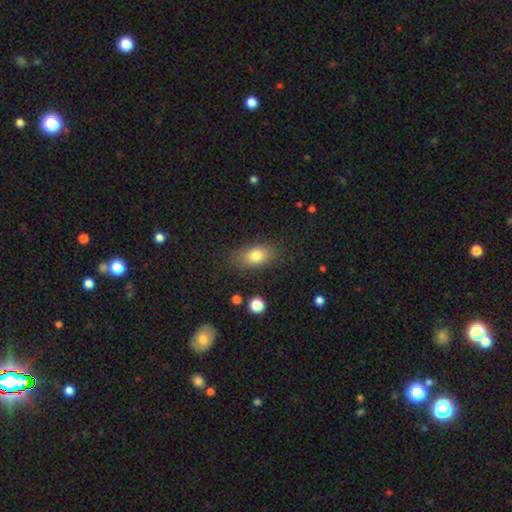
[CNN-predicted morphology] type=smooth (78%); roundness=in between (83%); merging=none (81%).